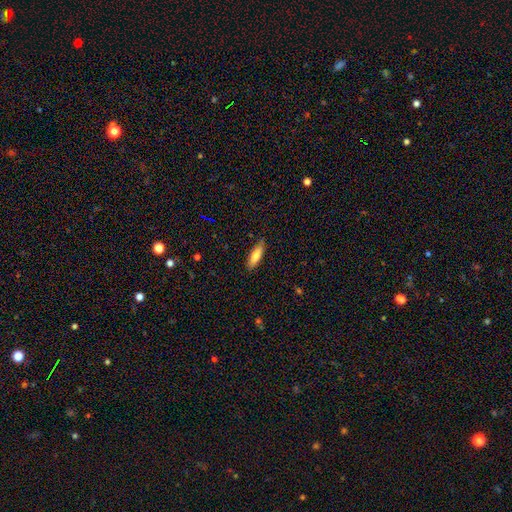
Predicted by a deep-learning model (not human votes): smooth-or-featured: smooth: 79% | featured or disk: 15% | star or artifact: 6%
  how-rounded: cigar-shaped: 57% | in between: 41% | round: 2%
  merging: none: 84% | minor disturbance: 13% | major disturbance: 2% | merger: 1%